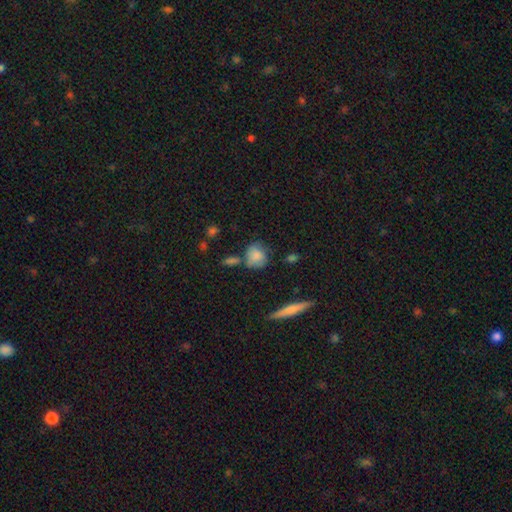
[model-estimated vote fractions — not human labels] This appears to be a smooth galaxy with no disk features (79%) that is round (64%). Merging: none (54%).